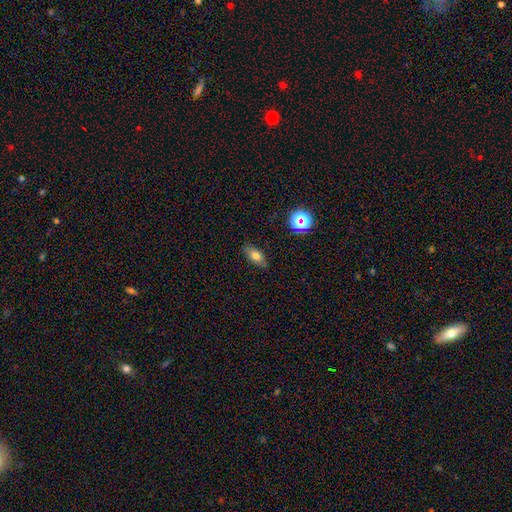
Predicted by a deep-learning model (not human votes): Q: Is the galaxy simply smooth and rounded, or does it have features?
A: smooth — 72%.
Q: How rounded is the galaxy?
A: in between — 82%.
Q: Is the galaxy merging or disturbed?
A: none — 84%.